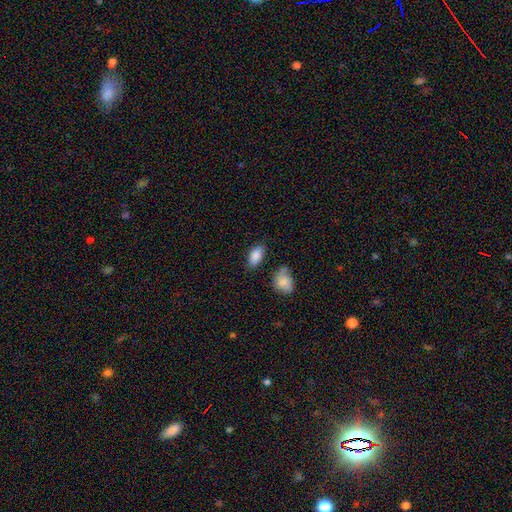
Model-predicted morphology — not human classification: A smooth galaxy with no disk features (87%) that is in between round and cigar-shaped (92%). Merging: none (76%).